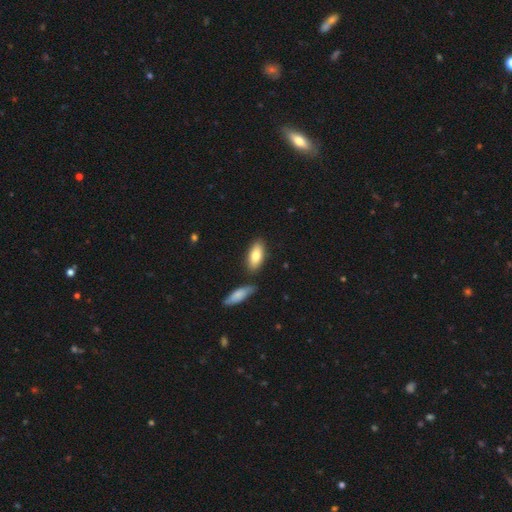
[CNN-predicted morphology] type=smooth (77%); roundness=in between (82%); merging=none (78%).